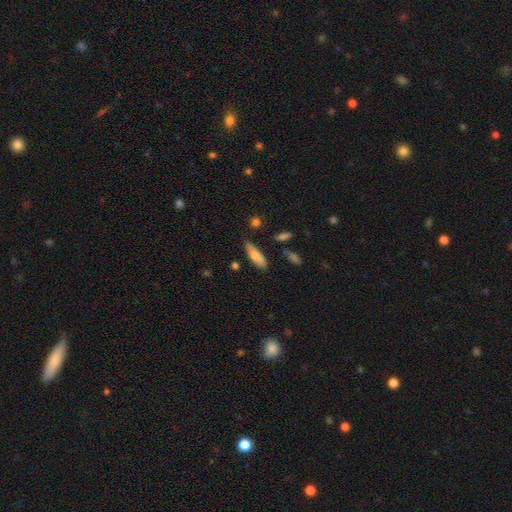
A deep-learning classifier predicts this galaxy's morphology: smooth_or_featured: smooth (p=0.74) [alt: featured or disk p=0.19]
how_rounded: in between (p=0.54) [alt: cigar-shaped p=0.44]
merging: none (p=0.76) [alt: minor disturbance p=0.17]